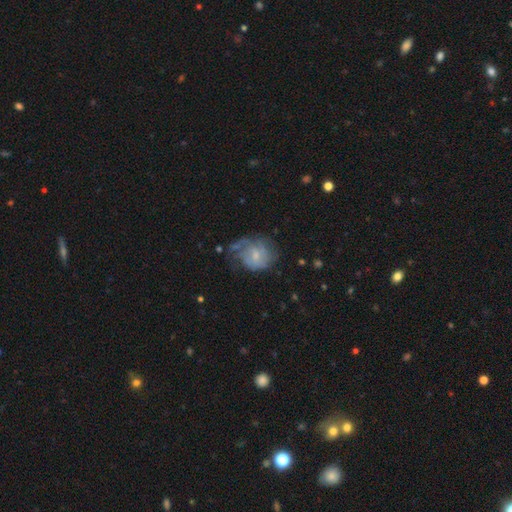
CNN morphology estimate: smooth-or-featured: featured or disk: 58% | smooth: 34% | star or artifact: 8%
  disk-edge-on: no: 98% | yes: 2%
    bar: no: 55% | weak: 40% | strong: 5%
    has-spiral-arms: yes: 73% | no: 27%
    bulge-size: small: 51% | moderate: 34% | none: 11% | large: 3% | dominant: 1%
  merging: none: 39% | major disturbance: 29% | minor disturbance: 28% | merger: 3%